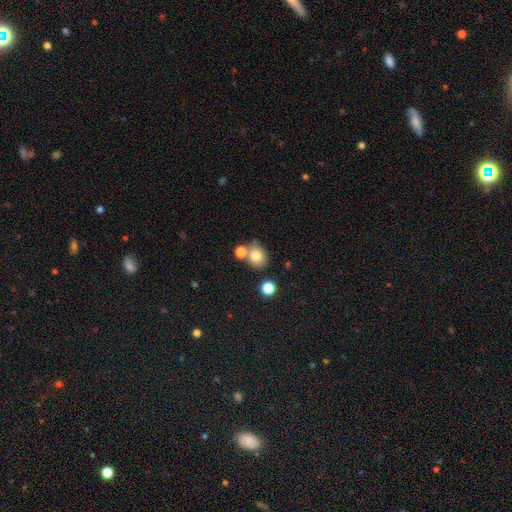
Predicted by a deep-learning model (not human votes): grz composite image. It shows a smooth galaxy with no disk features (79%) that is round (66%). Merging: none (62%).